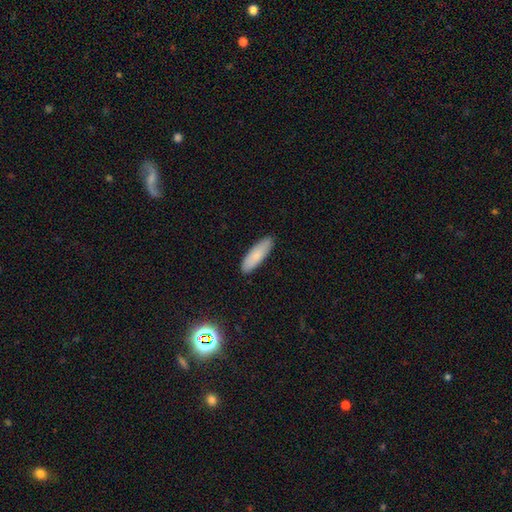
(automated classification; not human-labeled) Morphology: type=smooth (83%); roundness=cigar-shaped (53%); merging=none (89%).